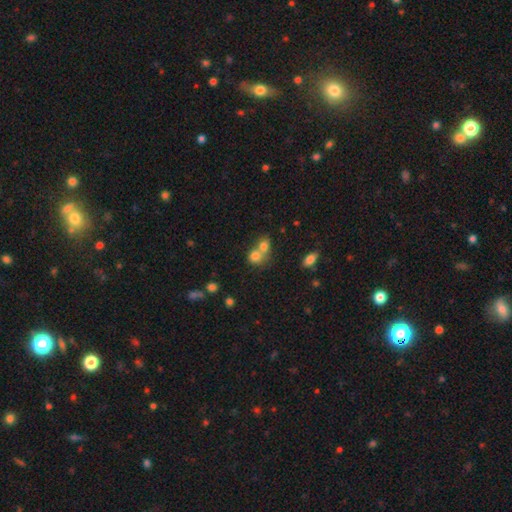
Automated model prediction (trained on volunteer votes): smooth 76%, star or artifact 12%, featured or disk 12%. Down the decision tree: how rounded — round (70%); merging — merger (63%).